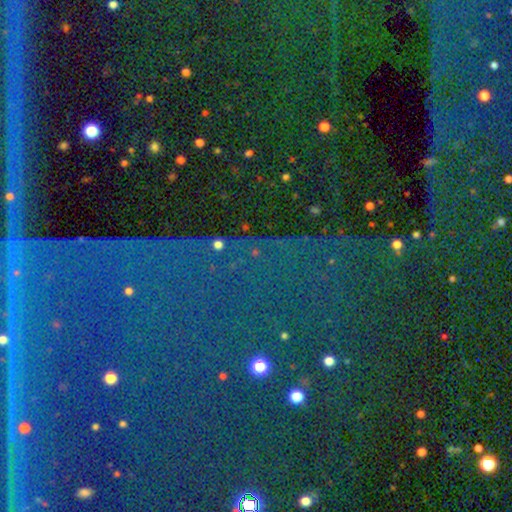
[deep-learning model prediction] Smooth or featured? star or artifact (87%)